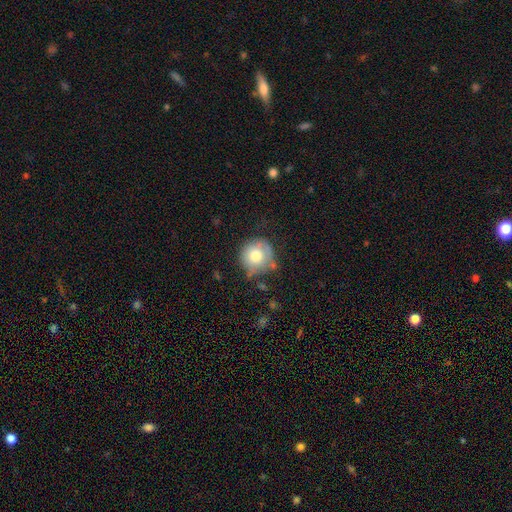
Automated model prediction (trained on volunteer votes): This is likely a smooth galaxy (73%). How rounded: clearly round (93%). Merging: likely none (67%).